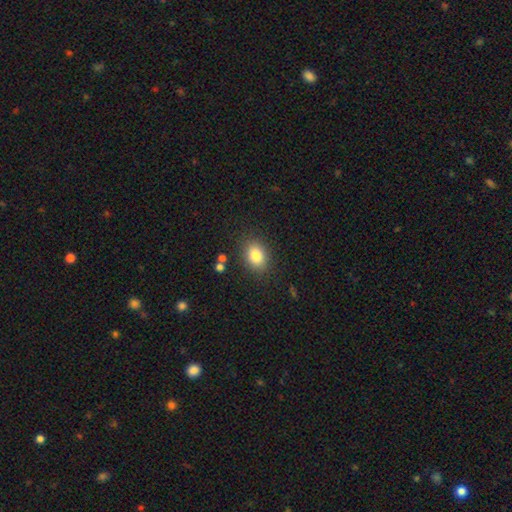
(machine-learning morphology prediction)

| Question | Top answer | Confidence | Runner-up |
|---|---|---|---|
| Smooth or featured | smooth | 82% | star or artifact (10%) |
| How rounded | in between | 66% | round (33%) |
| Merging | none | 84% | minor disturbance (10%) |